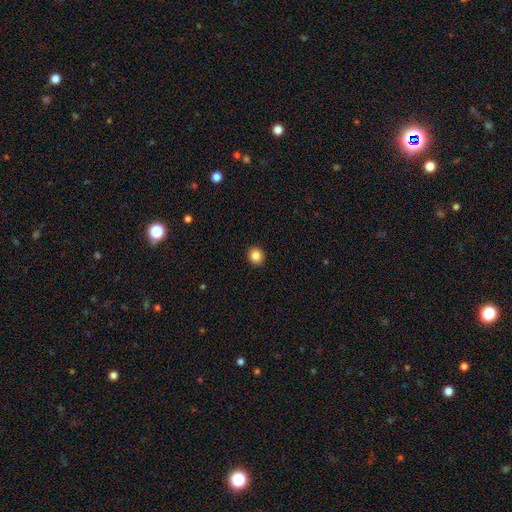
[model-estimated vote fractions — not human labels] This appears to be a smooth galaxy with no disk features (86%) that is round (79%). Merging: none (92%).